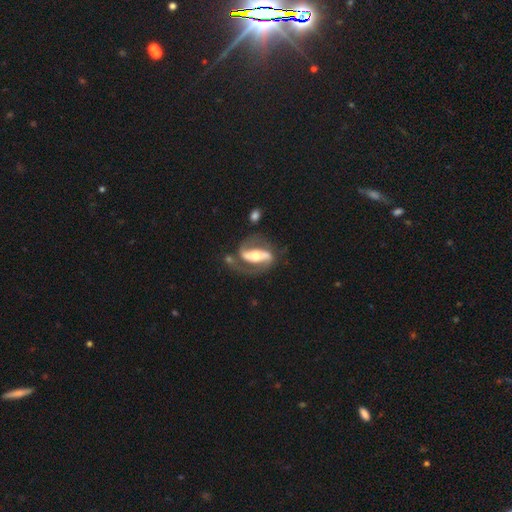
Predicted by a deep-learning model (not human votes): Smooth or featured: featured or disk — 84% (smooth — 12%)
Edge-on disk: no — 89% (yes — 11%)
Bar: strong — 67% (weak — 17%)
Spiral arms: yes — 88% (no — 12%)
Spiral winding: medium — 46% (loose — 30%)
Spiral arm count: 2 — 87% (1 — 6%)
Bulge size: moderate — 66% (small — 18%)
Merging: none — 62% (minor disturbance — 17%)